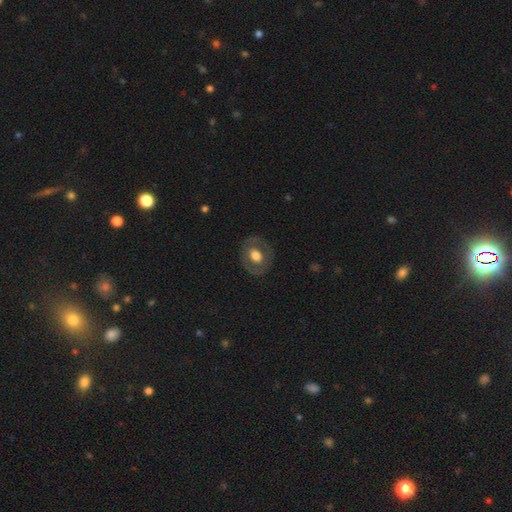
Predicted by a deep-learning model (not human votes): A smooth galaxy with no disk features (49%). Merging: none (81%).